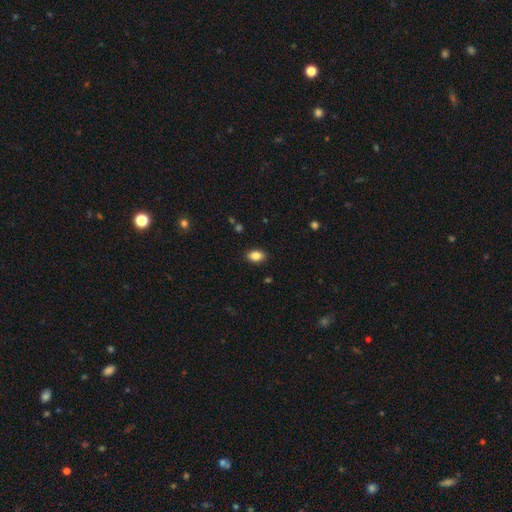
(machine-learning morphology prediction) The model was most divided on "how rounded": in between: 84%, round: 15%, cigar-shaped: 1%. More confident: merging — none (89%); smooth or featured — smooth (86%).